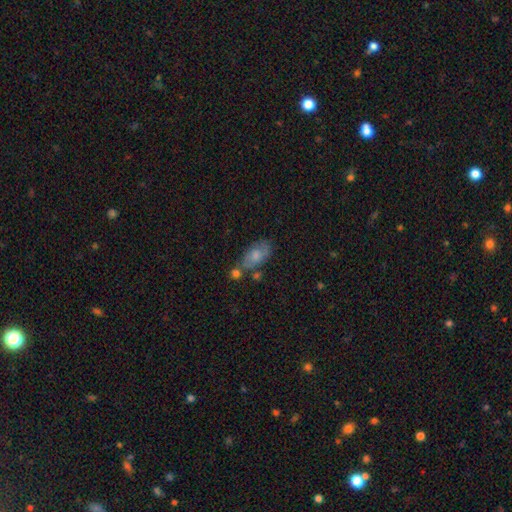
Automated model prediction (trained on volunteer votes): Q: Smooth or featured?
A: smooth (66%); runner-up: featured or disk (25%)
Q: How rounded?
A: in between (88%); runner-up: round (6%)
Q: Merging?
A: none (50%); runner-up: minor disturbance (22%)